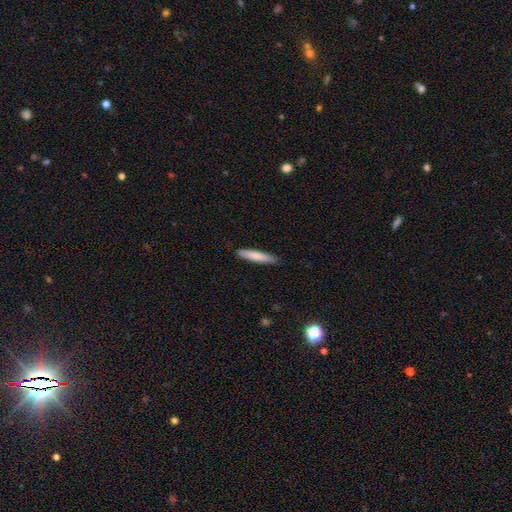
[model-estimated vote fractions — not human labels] Smooth or featured? Predicted: smooth (p=0.80). How rounded? Predicted: cigar-shaped (p=0.91). Merging? Predicted: none (p=0.88).